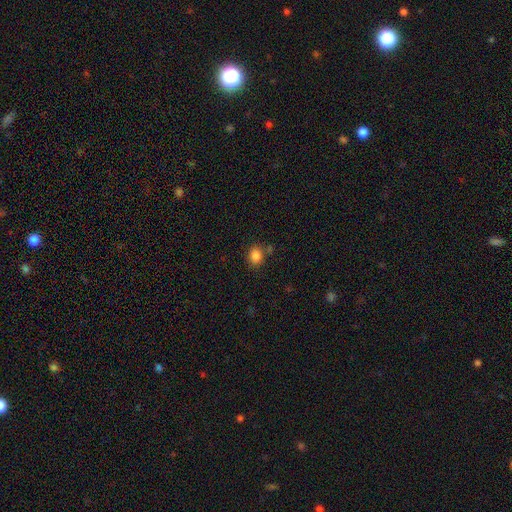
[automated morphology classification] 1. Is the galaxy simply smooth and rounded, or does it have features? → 84% smooth, 11% star or artifact, 5% featured or disk.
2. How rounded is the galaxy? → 59% round, 40% in between, 1% cigar-shaped.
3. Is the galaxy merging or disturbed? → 76% none, 13% minor disturbance, 8% merger, 4% major disturbance.